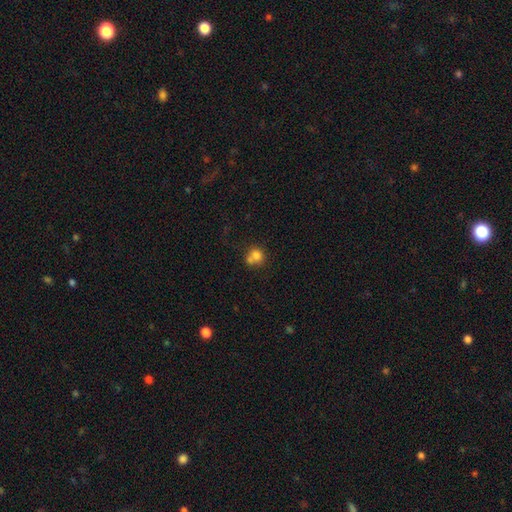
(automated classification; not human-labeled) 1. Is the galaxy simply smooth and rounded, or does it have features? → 77% smooth, 12% featured or disk, 11% star or artifact.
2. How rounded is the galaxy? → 79% round, 20% in between, 1% cigar-shaped.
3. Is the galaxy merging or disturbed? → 43% merger, 42% none, 11% minor disturbance, 5% major disturbance.